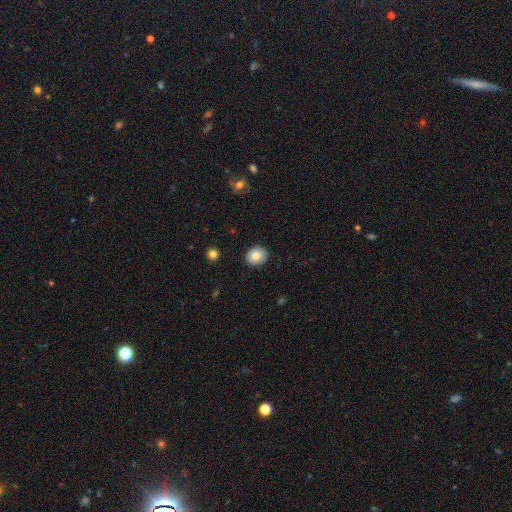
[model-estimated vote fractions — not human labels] The model was most divided on "how rounded": round: 63%, in between: 36%, cigar-shaped: 1%. More confident: merging — none (89%); smooth or featured — smooth (84%).